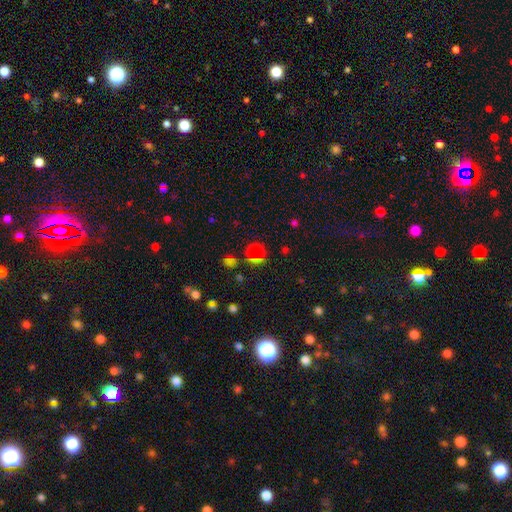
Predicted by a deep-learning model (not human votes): A smooth galaxy with no disk features (54%) that is round (85%).

Vote fractions:
- Smooth or featured? smooth: 54% / star or artifact: 39% / featured or disk: 7%
- How rounded? round: 85% / in between: 13% / cigar-shaped: 2%
- Merging? none: 73% / minor disturbance: 12% / merger: 8% / major disturbance: 7%